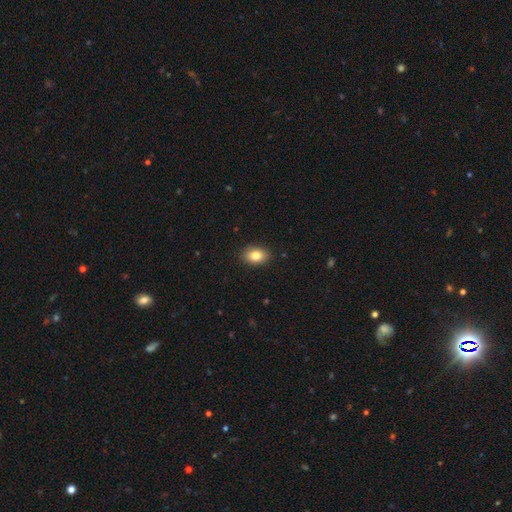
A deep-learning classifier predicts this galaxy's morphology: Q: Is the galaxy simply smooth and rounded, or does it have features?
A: smooth — 83%.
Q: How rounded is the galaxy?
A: in between — 80%.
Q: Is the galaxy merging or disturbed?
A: none — 89%.